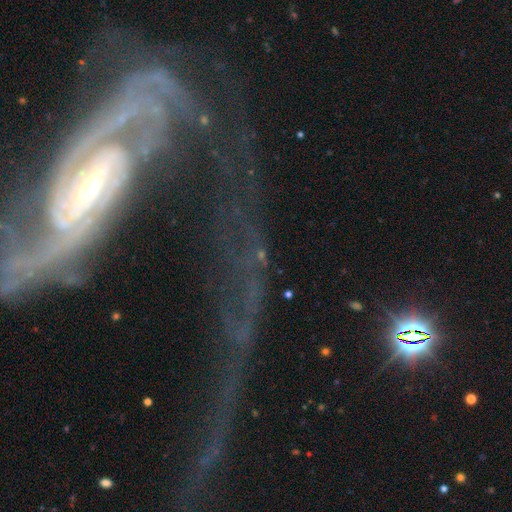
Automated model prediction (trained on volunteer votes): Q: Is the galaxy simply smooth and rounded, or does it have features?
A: featured or disk — 50%.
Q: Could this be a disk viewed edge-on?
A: no — 67%.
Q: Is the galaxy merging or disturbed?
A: none — 49%.